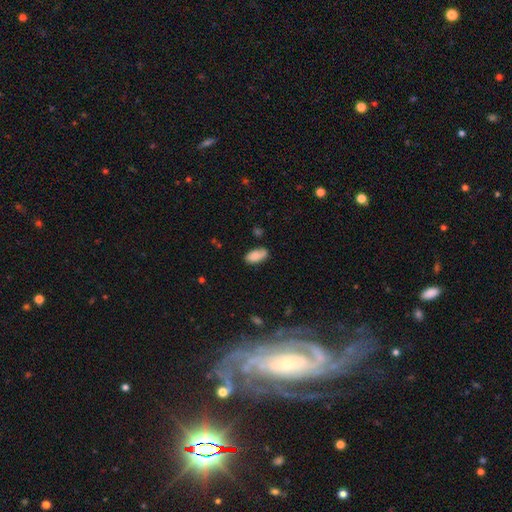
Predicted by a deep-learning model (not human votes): Morphology: type=smooth (86%); roundness=in between (92%); merging=none (69%).